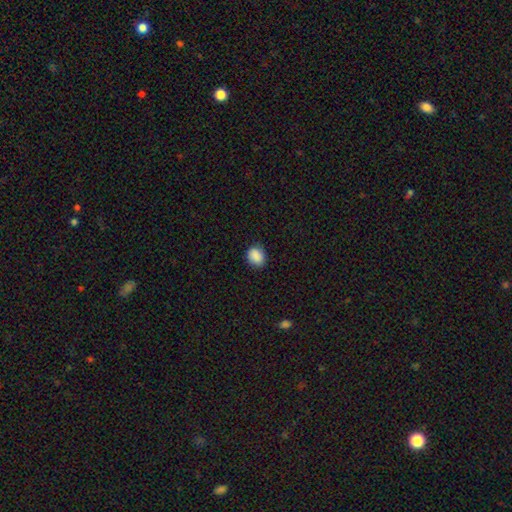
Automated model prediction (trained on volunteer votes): smooth-or-featured: smooth: 88% | star or artifact: 8% | featured or disk: 3%
  how-rounded: in between: 50% | round: 49% | cigar-shaped: 1%
  merging: none: 83% | minor disturbance: 13% | major disturbance: 3% | merger: 1%